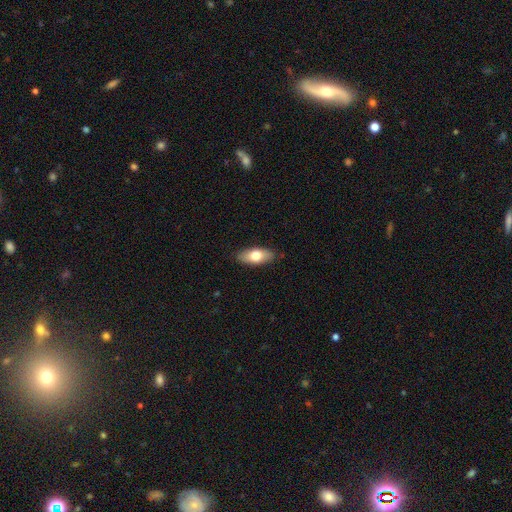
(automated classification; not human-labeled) The model was most divided on "smooth or featured": smooth: 72%, featured or disk: 22%, star or artifact: 6%. More confident: merging — none (86%); how rounded — in between (86%).